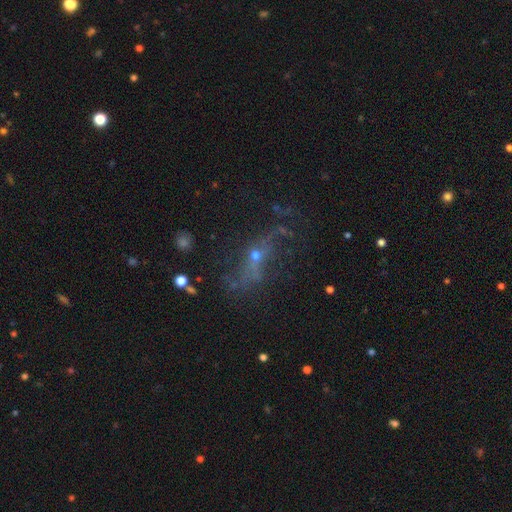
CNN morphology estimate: Smooth or featured: featured or disk — 64% (star or artifact — 20%)
Edge-on disk: no — 77% (yes — 23%)
Merging: none — 57% (major disturbance — 21%)